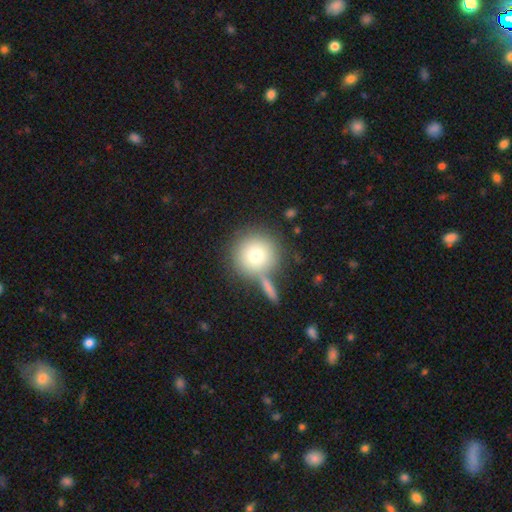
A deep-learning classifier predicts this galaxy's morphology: The model was most divided on "merging": none: 69%, merger: 17%, minor disturbance: 10%, major disturbance: 4%. More confident: how rounded — round (94%); smooth or featured — smooth (76%).